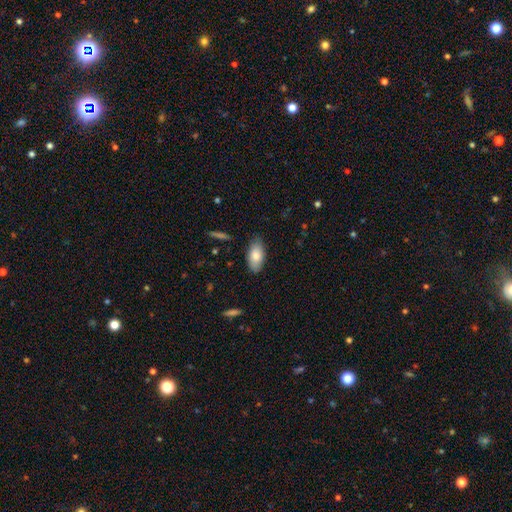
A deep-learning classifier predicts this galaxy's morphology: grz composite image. It shows a smooth galaxy with no disk features (82%) that is in between round and cigar-shaped (93%). Merging: none (84%).